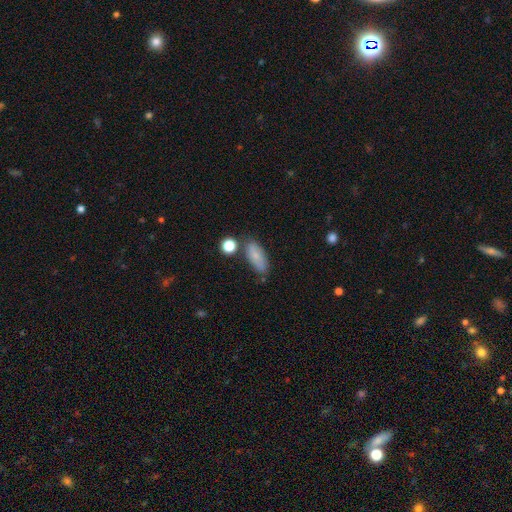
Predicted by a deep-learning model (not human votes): Smooth or featured? Predicted: smooth (p=0.78). How rounded? Predicted: in between (p=0.79). Merging? Predicted: none (p=0.71).